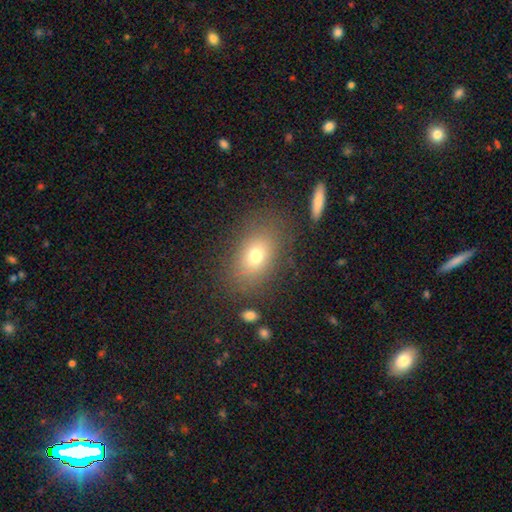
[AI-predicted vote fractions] Morphology: type=smooth (72%); roundness=in between (74%); merging=none (79%).